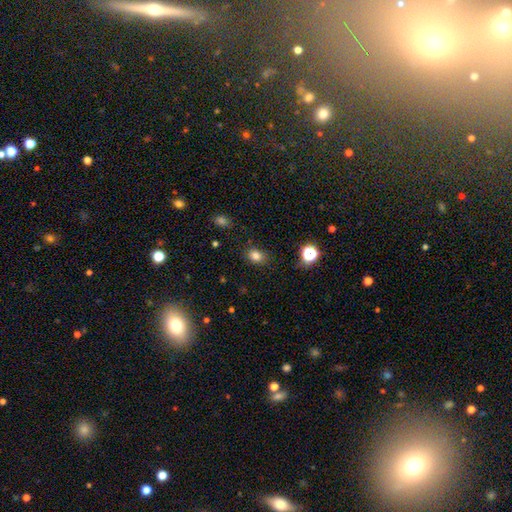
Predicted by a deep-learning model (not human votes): Overall: smooth (81%). How rounded: in between (60%; round 39%). Merging: none (81%).